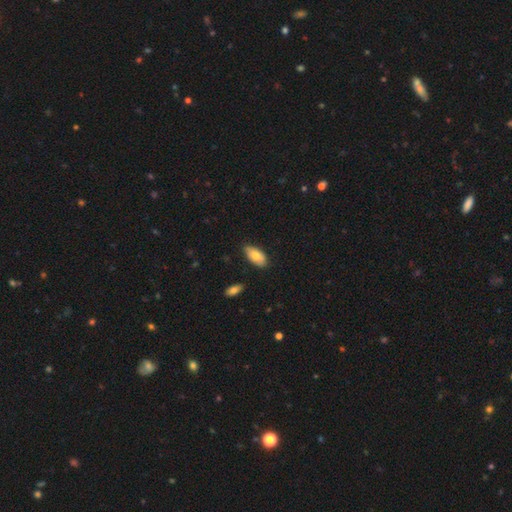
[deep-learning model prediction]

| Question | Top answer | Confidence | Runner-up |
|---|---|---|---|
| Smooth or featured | smooth | 77% | featured or disk (16%) |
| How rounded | in between | 93% | cigar-shaped (5%) |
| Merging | none | 78% | minor disturbance (18%) |